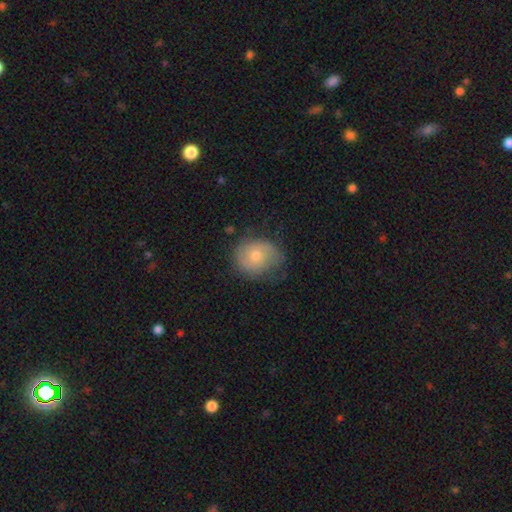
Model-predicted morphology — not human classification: This appears to be a smooth galaxy with no disk features (60%) that is round (67%). Merging: none (60%).